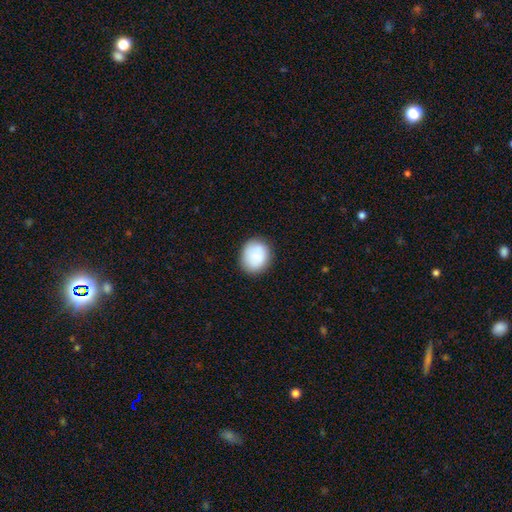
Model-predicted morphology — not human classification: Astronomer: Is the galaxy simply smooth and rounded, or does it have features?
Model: smooth — 85%.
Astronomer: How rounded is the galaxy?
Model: round — 68%.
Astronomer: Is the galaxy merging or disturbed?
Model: none — 84%.